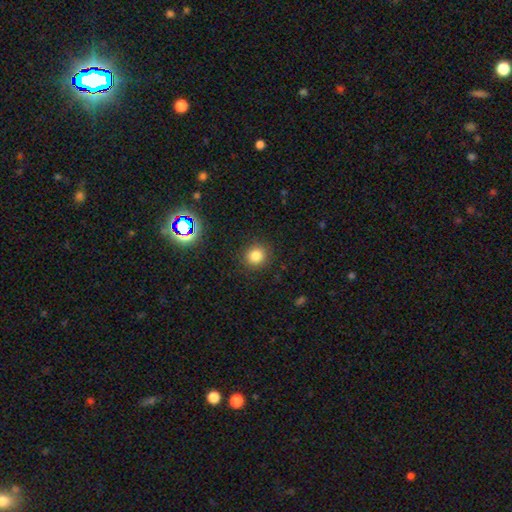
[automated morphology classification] type=smooth (80%); roundness=round (89%); merging=none (90%).